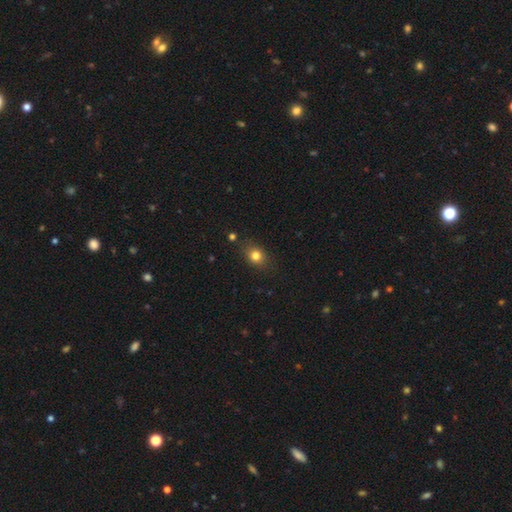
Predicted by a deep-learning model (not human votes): Smooth or featured? Predicted: smooth (p=0.80). How rounded? Predicted: round (p=0.54). Merging? Predicted: none (p=0.81).